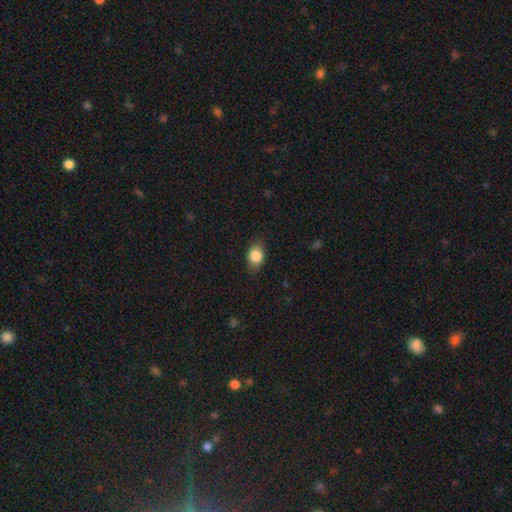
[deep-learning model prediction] smooth-or-featured: smooth: 84% | featured or disk: 8% | star or artifact: 8%
  how-rounded: in between: 79% | round: 18% | cigar-shaped: 2%
  merging: none: 82% | minor disturbance: 14% | major disturbance: 3% | merger: 1%